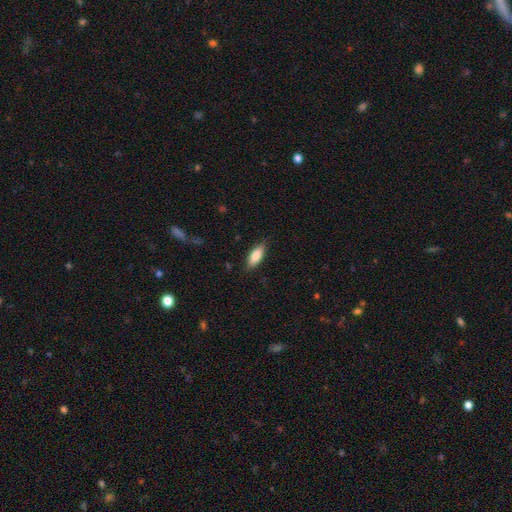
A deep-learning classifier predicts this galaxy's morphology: smooth 84%, featured or disk 10%, star or artifact 6%. Down the decision tree: how rounded — in between (75%); merging — none (85%).